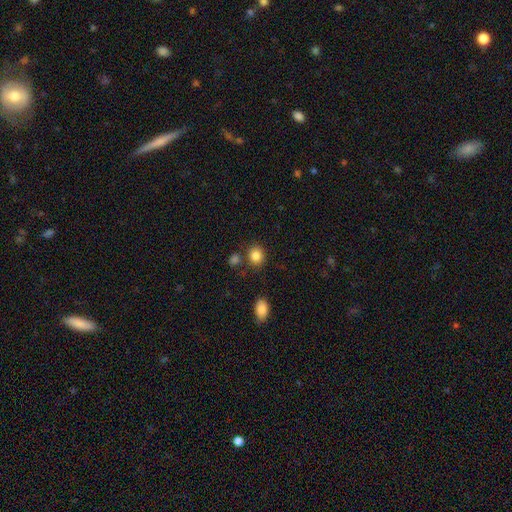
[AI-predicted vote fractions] A smooth galaxy with no disk features (85%) that is round (75%).

Vote fractions:
- Smooth or featured? smooth: 85% / star or artifact: 10% / featured or disk: 5%
- How rounded? round: 75% / in between: 24% / cigar-shaped: 1%
- Merging? none: 77% / minor disturbance: 10% / merger: 9% / major disturbance: 3%